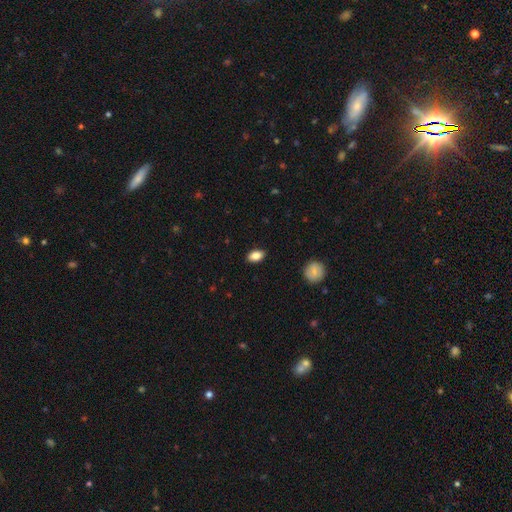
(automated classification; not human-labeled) Q: Smooth or featured?
A: smooth (85%); runner-up: star or artifact (8%)
Q: How rounded?
A: in between (88%); runner-up: round (10%)
Q: Merging?
A: none (88%); runner-up: minor disturbance (9%)